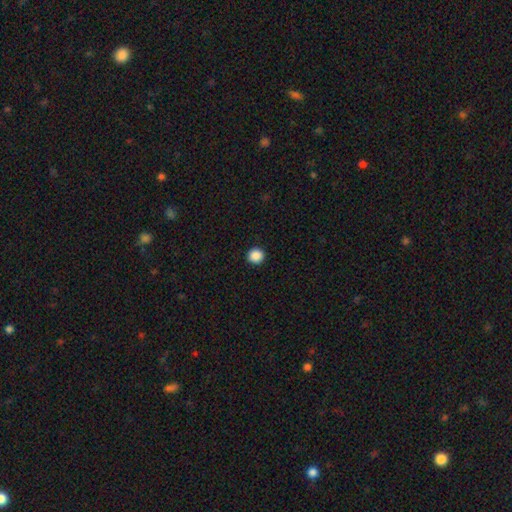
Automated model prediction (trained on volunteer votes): smooth 88%, star or artifact 9%, featured or disk 2%. Down the decision tree: how rounded — round (91%); merging — none (93%).